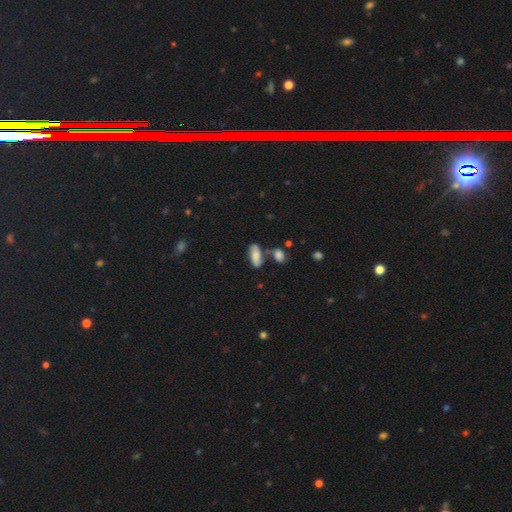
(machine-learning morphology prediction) smooth 72%, featured or disk 19%, star or artifact 9%. Down the decision tree: how rounded — in between (84%); merging — none (58%).